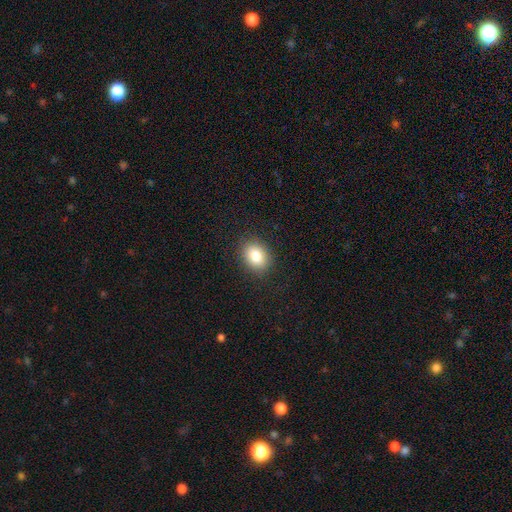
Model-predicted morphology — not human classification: Overall: smooth (84%). How rounded: in between (60%; round 39%). Merging: none (88%).